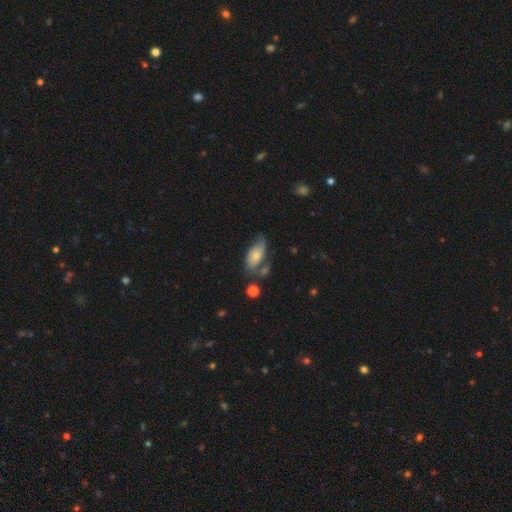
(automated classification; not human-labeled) Smooth or featured? smooth (54%)
How rounded? in between (90%)
Merging? none (38%)